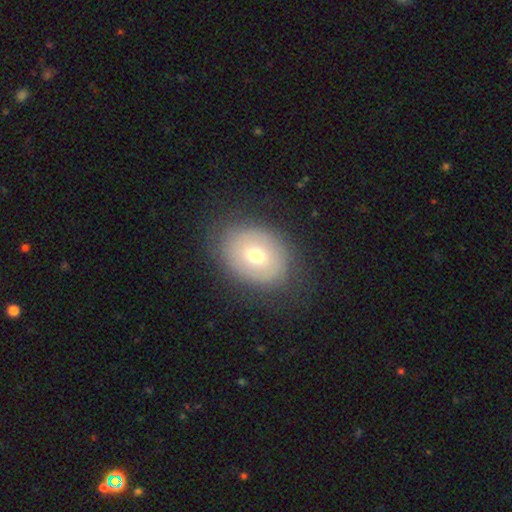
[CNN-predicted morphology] smooth_or_featured: smooth (p=0.57) [alt: featured or disk p=0.34]
how_rounded: in between (p=0.63) [alt: round p=0.36]
merging: none (p=0.79) [alt: minor disturbance p=0.15]